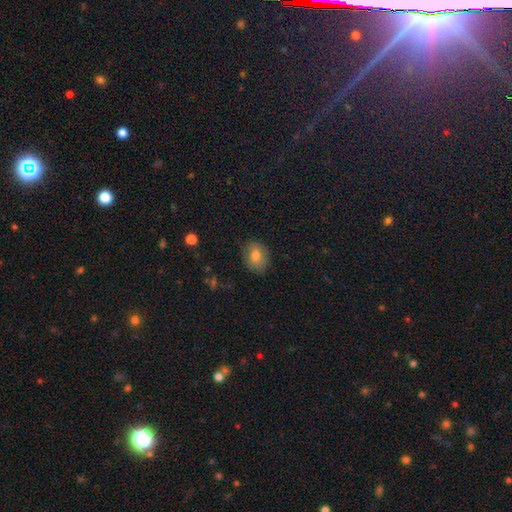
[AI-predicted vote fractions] Smooth or featured?
  - smooth: 79% *
  - featured or disk: 13%
  - star or artifact: 9%
How rounded?
  - in between: 57% *
  - round: 42%
  - cigar-shaped: 1%
Merging?
  - none: 79% *
  - minor disturbance: 16%
  - major disturbance: 4%
  - merger: 1%